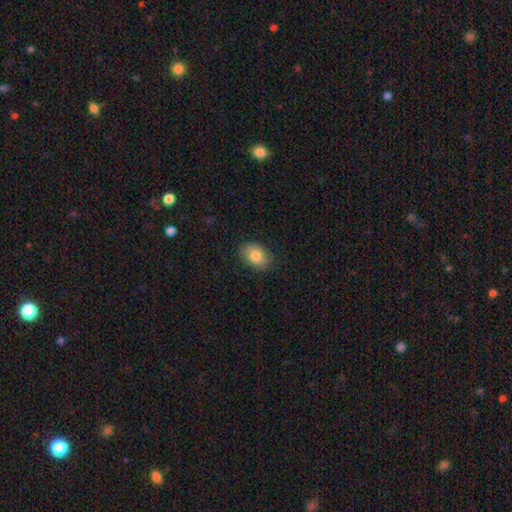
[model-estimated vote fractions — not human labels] smooth 83%, featured or disk 10%, star or artifact 7%. Down the decision tree: how rounded — in between (85%); merging — none (86%).